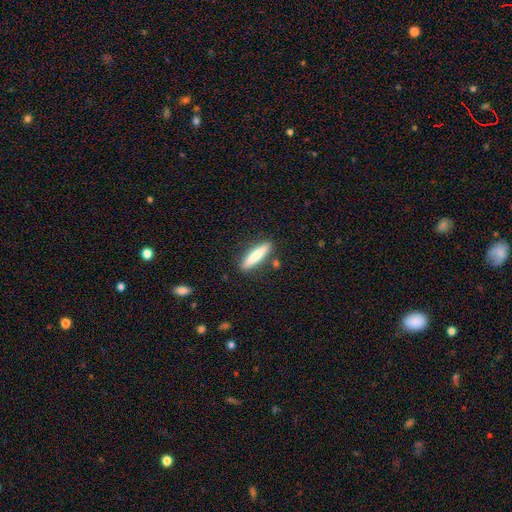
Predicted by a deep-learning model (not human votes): This is likely a smooth galaxy (77%). How rounded: clearly cigar-shaped (82%). Merging: clearly none (86%).